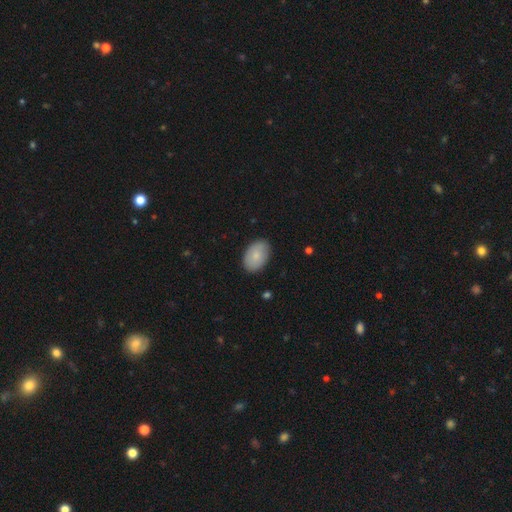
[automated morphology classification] Smooth or featured? smooth (82%)
How rounded? in between (90%)
Merging? none (86%)